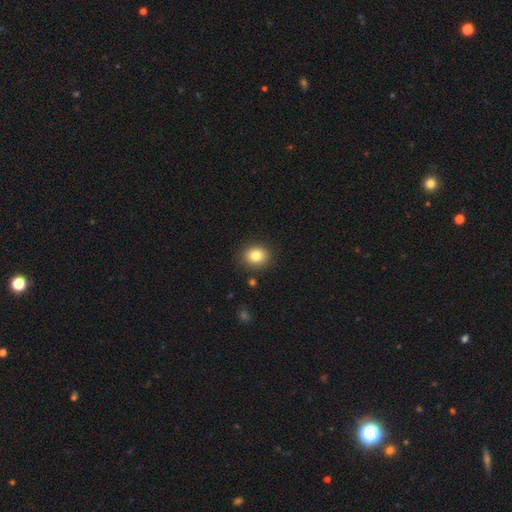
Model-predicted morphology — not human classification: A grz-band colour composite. It shows a smooth galaxy with no disk features (82%) that is round (68%). Merging: none (88%).